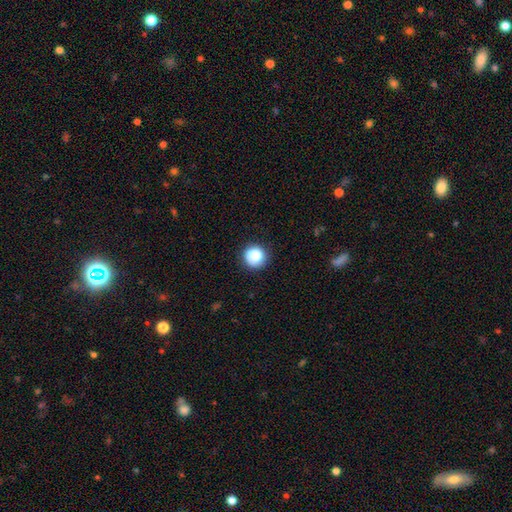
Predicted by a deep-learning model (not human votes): smooth-or-featured: smooth: 84% | star or artifact: 9% | featured or disk: 7%
  how-rounded: round: 95% | in between: 4% | cigar-shaped: 1%
  merging: none: 86% | minor disturbance: 11% | major disturbance: 3% | merger: 1%